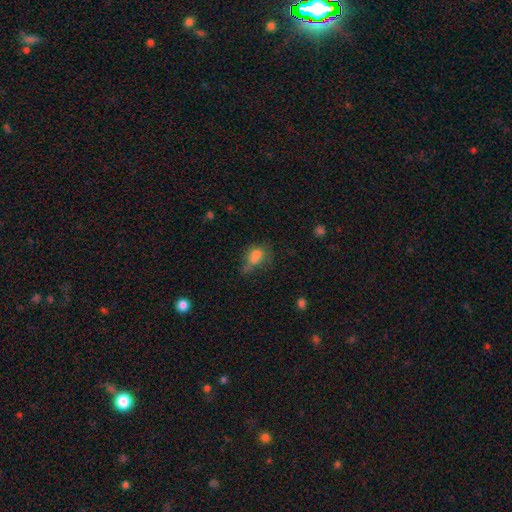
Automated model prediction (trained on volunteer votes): This appears to be a smooth galaxy with no disk features (69%) that is in between round and cigar-shaped (67%). Merging: merger (32%).